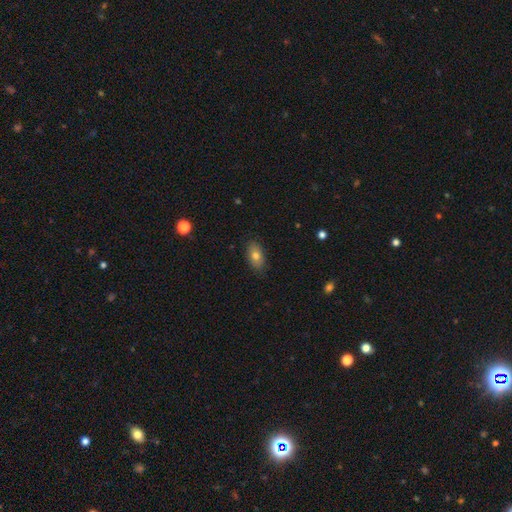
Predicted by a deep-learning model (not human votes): A smooth galaxy with no disk features (76%) that is in between round and cigar-shaped (90%).

Vote fractions:
- Smooth or featured? smooth: 76% / featured or disk: 16% / star or artifact: 9%
- How rounded? in between: 90% / round: 7% / cigar-shaped: 3%
- Merging? none: 85% / minor disturbance: 12% / major disturbance: 2% / merger: 1%